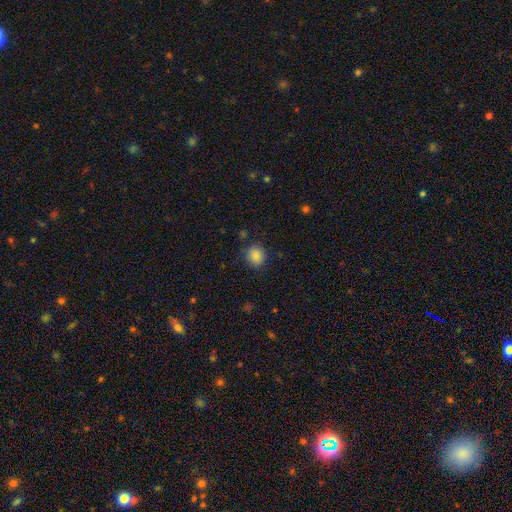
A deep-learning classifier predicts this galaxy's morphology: Smooth or featured?
  - smooth: 86% *
  - star or artifact: 10%
  - featured or disk: 4%
How rounded?
  - round: 78% *
  - in between: 21%
  - cigar-shaped: 1%
Merging?
  - none: 85% *
  - minor disturbance: 10%
  - major disturbance: 3%
  - merger: 1%